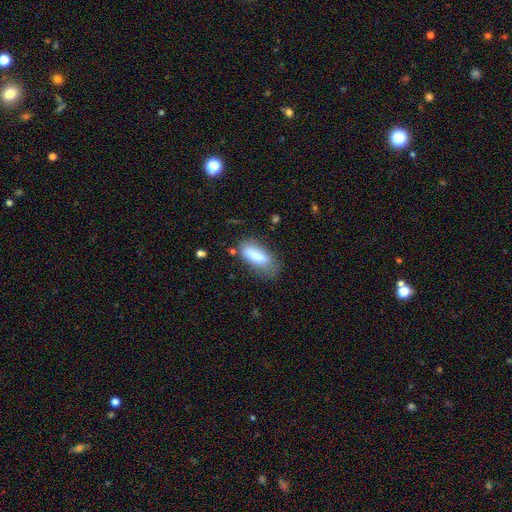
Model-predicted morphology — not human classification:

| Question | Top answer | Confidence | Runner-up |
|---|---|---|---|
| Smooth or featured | smooth | 79% | featured or disk (14%) |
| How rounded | in between | 72% | cigar-shaped (26%) |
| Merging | none | 56% | minor disturbance (27%) |